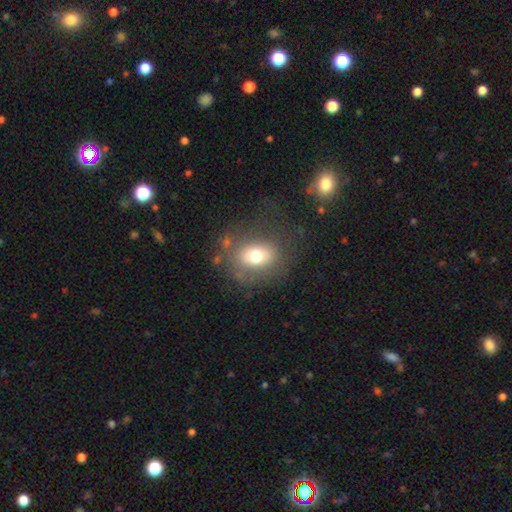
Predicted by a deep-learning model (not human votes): Smooth or featured: smooth — 69% (featured or disk — 19%)
How rounded: round — 50% (in between — 49%)
Merging: none — 65% (minor disturbance — 17%)